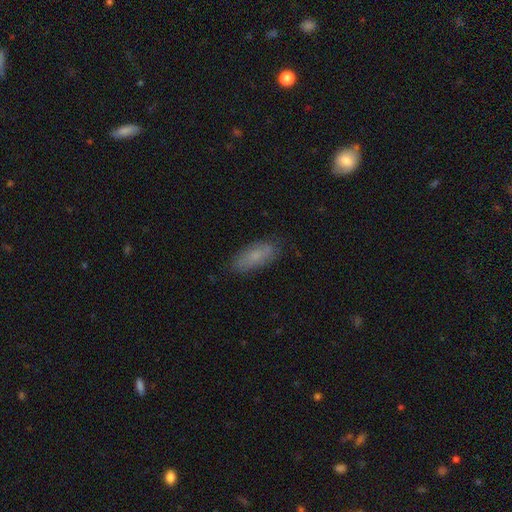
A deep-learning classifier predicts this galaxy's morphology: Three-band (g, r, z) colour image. It shows a smooth galaxy with no disk features (70%) that is in between round and cigar-shaped (76%). Merging: none (79%).